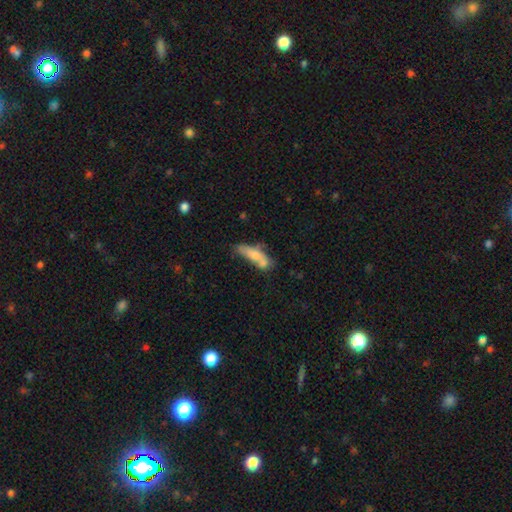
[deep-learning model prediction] A smooth galaxy with no disk features (66%) that is cigar-shaped (52%).

Vote fractions:
- Smooth or featured? smooth: 66% / featured or disk: 26% / star or artifact: 8%
- How rounded? cigar-shaped: 52% / in between: 45% / round: 3%
- Merging? none: 35% / merger: 30% / minor disturbance: 22% / major disturbance: 13%